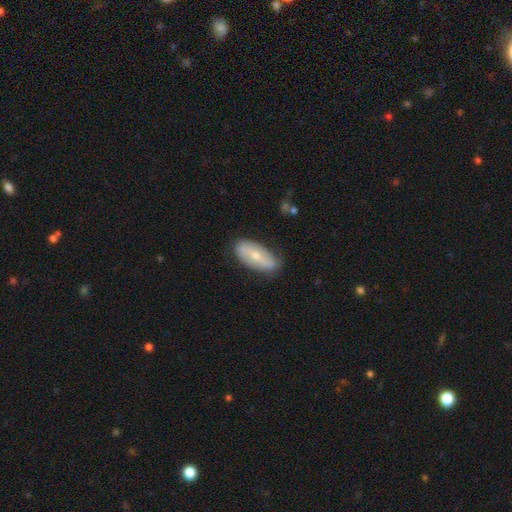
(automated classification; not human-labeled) smooth_or_featured: featured or disk (p=0.52) [alt: smooth p=0.42]
disk_edge_on: no (p=0.83) [alt: yes p=0.17]
merging: none (p=0.78) [alt: minor disturbance p=0.17]